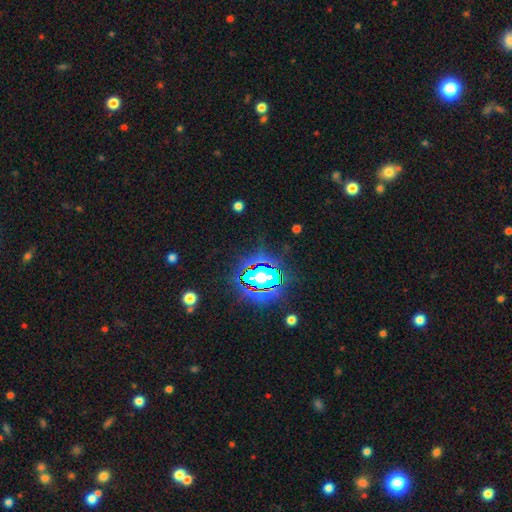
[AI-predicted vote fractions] Smooth or featured? Predicted: star or artifact (p=0.83).